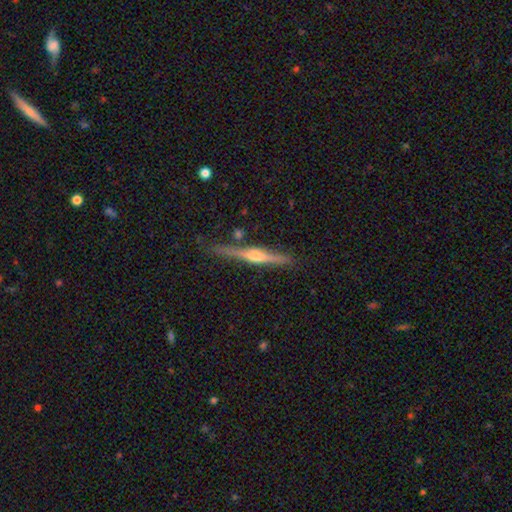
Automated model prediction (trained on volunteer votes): This is likely a featured or disk galaxy (73%). It is clearly viewed edge-on (98%). Edge-on bulge: clearly rounded (86%). Merging: clearly none (83%).